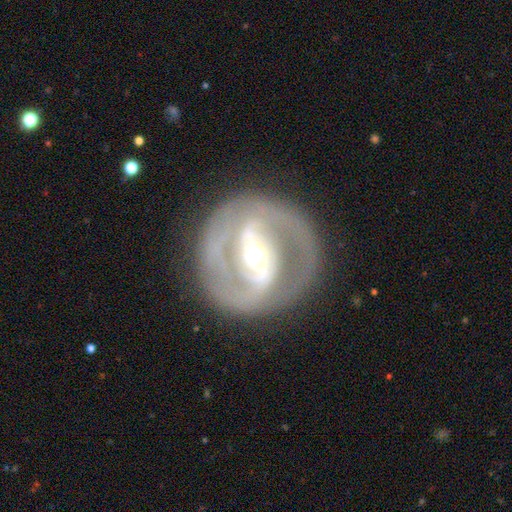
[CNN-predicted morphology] The model was most divided on "spiral winding": tight: 48%, medium: 39%, loose: 13%. More confident: edge-on disk — no (96%); smooth or featured — featured or disk (85%); spiral arms — yes (84%); merging — none (80%); spiral arm count — 2 (78%); bulge size — moderate (62%); bar — strong (53%).